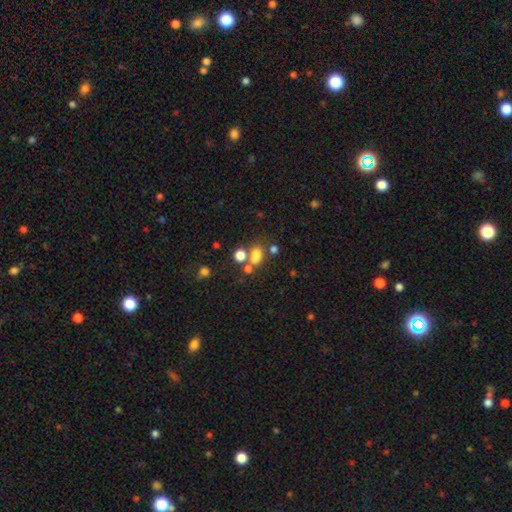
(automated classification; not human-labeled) This is likely a smooth galaxy (73%). How rounded: likely in between (72%). Merging: possibly none (50%).